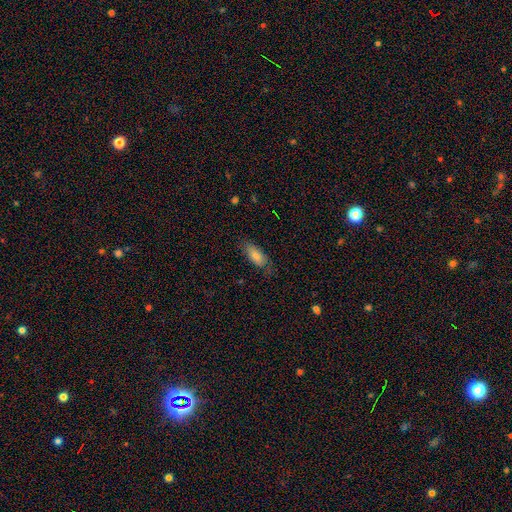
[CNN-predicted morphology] type=smooth (74%); roundness=in between (77%); merging=none (72%).